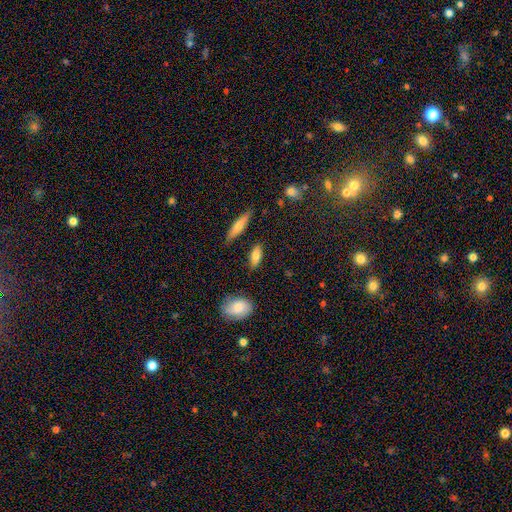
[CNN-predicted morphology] Smooth or featured? smooth (80%)
How rounded? in between (77%)
Merging? none (83%)